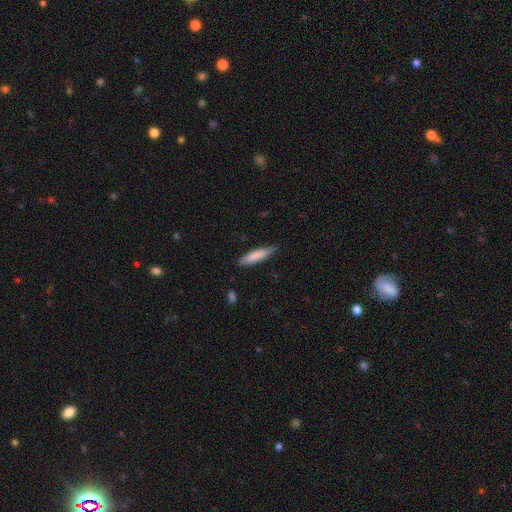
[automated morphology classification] A smooth galaxy with no disk features (83%) that is cigar-shaped (78%). Merging: none (76%).